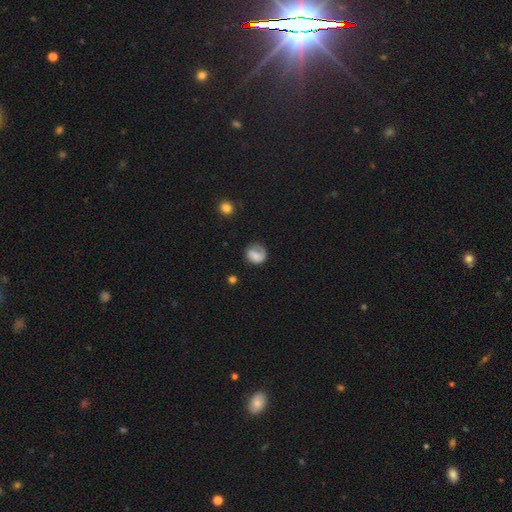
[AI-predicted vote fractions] Smooth or featured: smooth — 65% (featured or disk — 26%)
How rounded: round — 72% (in between — 27%)
Merging: none — 57% (minor disturbance — 25%)